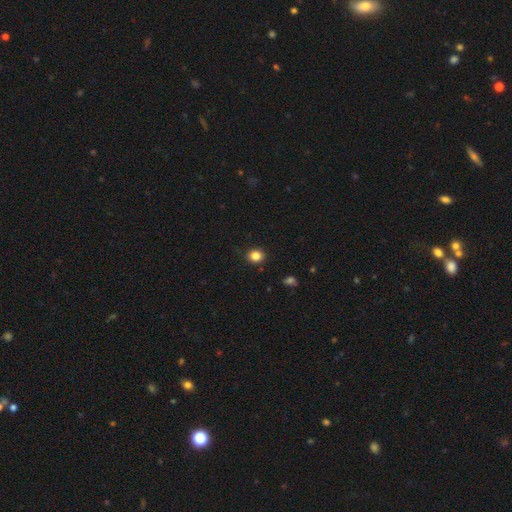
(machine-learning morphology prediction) Smooth or featured? smooth (84%)
How rounded? round (76%)
Merging? none (90%)